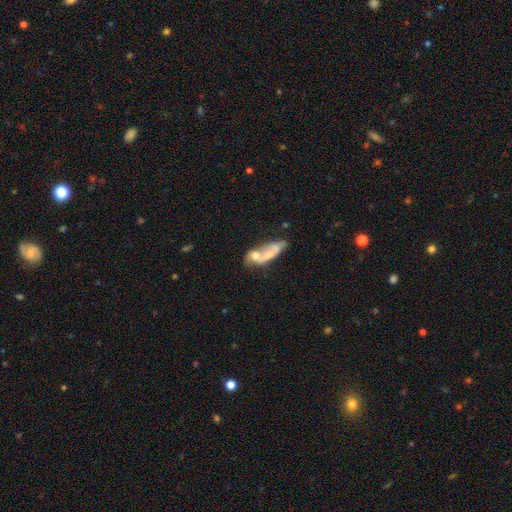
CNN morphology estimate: Smooth or featured? Predicted: smooth (p=0.48). Merging? Predicted: merger (p=0.59).